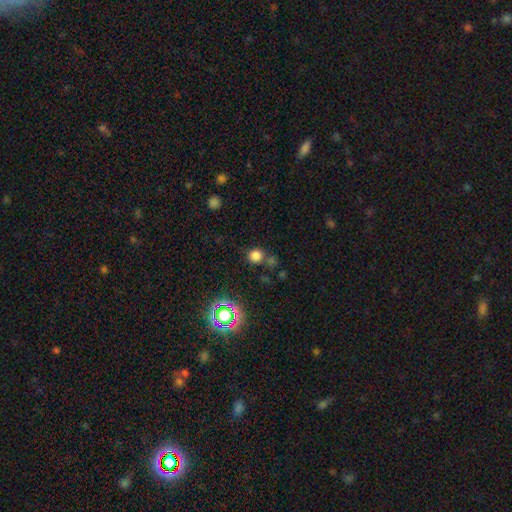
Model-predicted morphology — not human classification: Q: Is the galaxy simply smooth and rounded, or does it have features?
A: smooth — 75%.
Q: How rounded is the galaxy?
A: round — 88%.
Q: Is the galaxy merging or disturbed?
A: none — 73%.